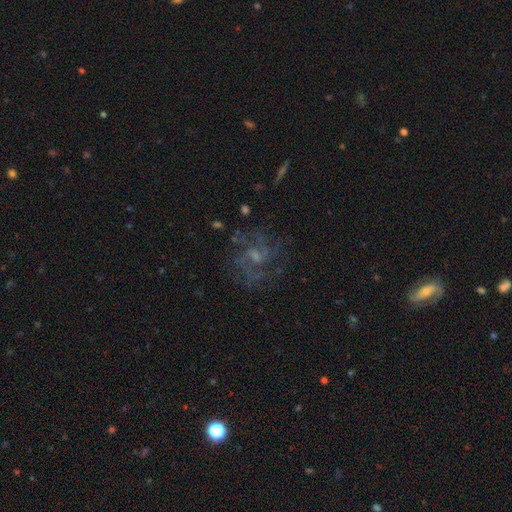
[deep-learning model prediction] Smooth or featured?
  - featured or disk: 74% *
  - star or artifact: 13%
  - smooth: 13%
Edge-on disk?
  - no: 97% *
  - yes: 3%
Bar?
  - no: 47% *
  - weak: 46%
  - strong: 8%
Spiral arms?
  - yes: 87% *
  - no: 13%
Spiral winding?
  - medium: 50% *
  - loose: 25%
  - tight: 25%
Spiral arm count?
  - 2: 30% * (tied)
  - can't tell: 30% * (tied)
  - 3: 21%
  - 4: 9%
  - 1: 5%
  - more than 4: 5%
Bulge size?
  - small: 48% *
  - moderate: 30%
  - none: 18%
  - large: 3%
  - dominant: 1%
Merging?
  - none: 67% *
  - minor disturbance: 16%
  - major disturbance: 15%
  - merger: 2%